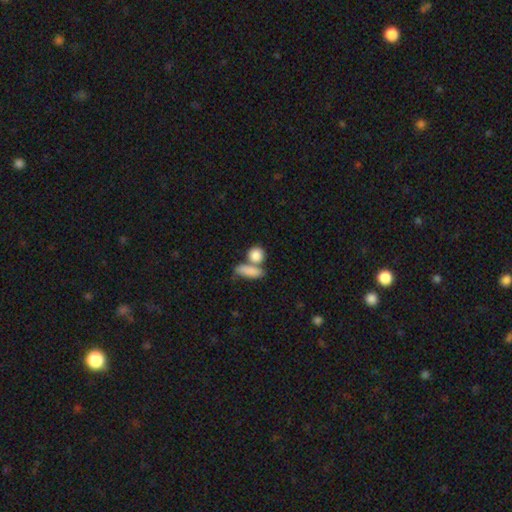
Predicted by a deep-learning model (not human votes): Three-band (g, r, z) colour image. It shows a smooth galaxy with no disk features (85%) that is round (53%). Merging: none (47%).